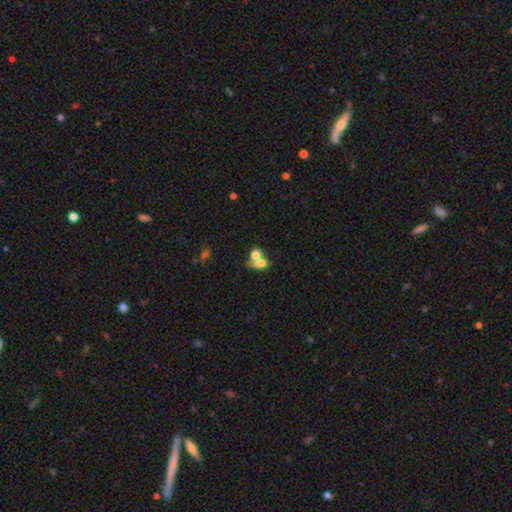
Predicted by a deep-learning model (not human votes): smooth_or_featured: smooth (p=0.72) [alt: featured or disk p=0.17]
how_rounded: round (p=0.51) [alt: in between p=0.47]
merging: merger (p=0.67) [alt: none p=0.21]